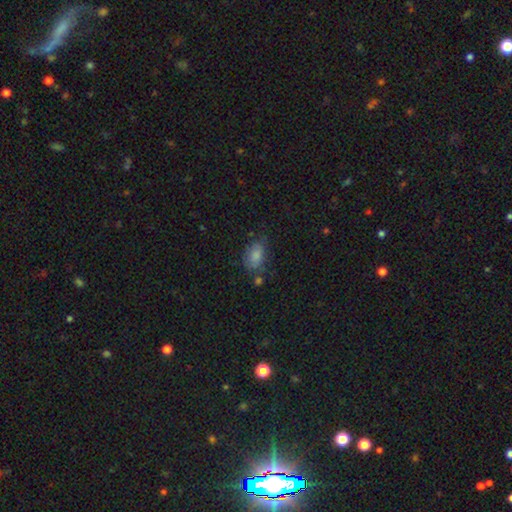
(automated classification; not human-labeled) smooth-or-featured: smooth: 79% | featured or disk: 12% | star or artifact: 9%
  how-rounded: in between: 88% | round: 10% | cigar-shaped: 2%
  merging: none: 55% | minor disturbance: 28% | major disturbance: 10% | merger: 7%